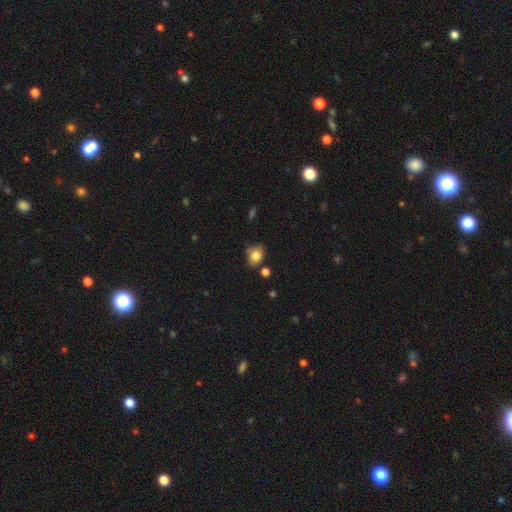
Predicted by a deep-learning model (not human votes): Smooth or featured? Predicted: smooth (p=0.81). How rounded? Predicted: in between (p=0.52). Merging? Predicted: none (p=0.65).